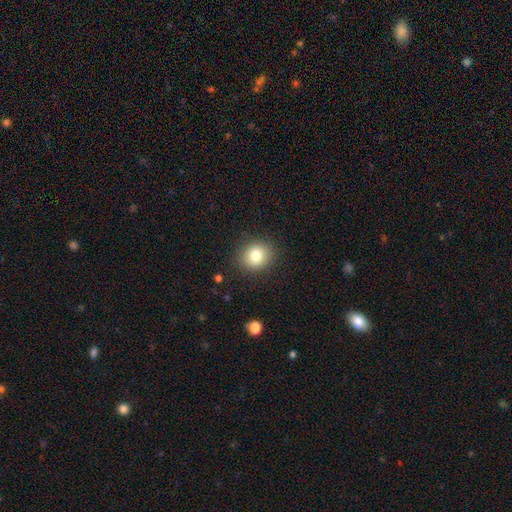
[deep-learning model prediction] Overall: smooth (80%). How rounded: round (70%). Merging: none (88%).